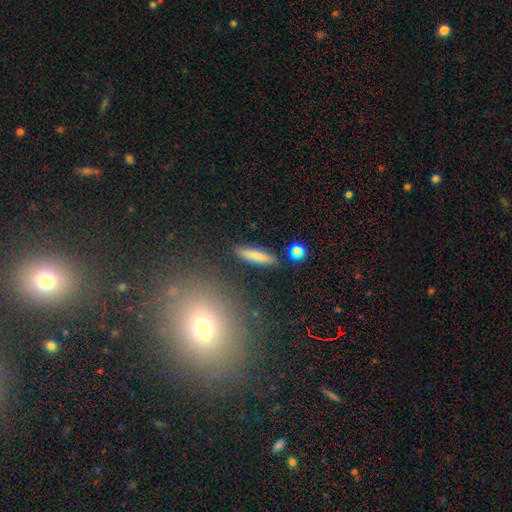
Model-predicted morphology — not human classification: Smooth or featured? Predicted: smooth (p=0.81). How rounded? Predicted: cigar-shaped (p=0.78). Merging? Predicted: none (p=0.87).